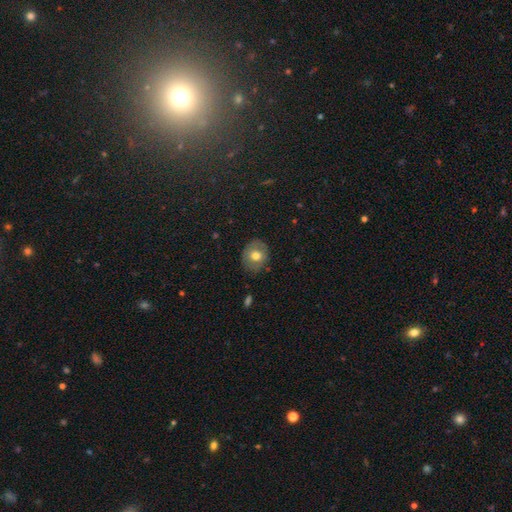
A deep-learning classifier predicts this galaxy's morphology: This appears to be a smooth galaxy with no disk features (65%) that is round (75%). Merging: none (81%).